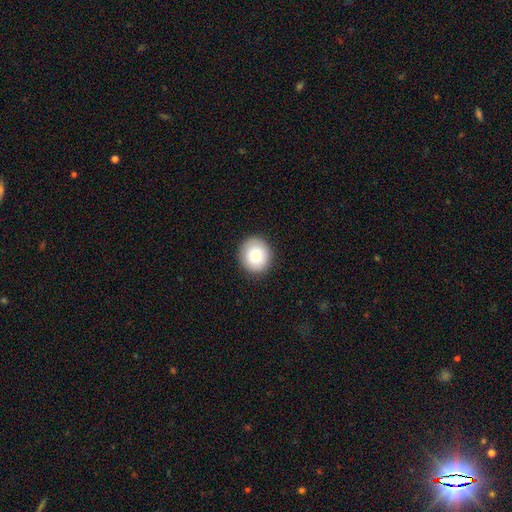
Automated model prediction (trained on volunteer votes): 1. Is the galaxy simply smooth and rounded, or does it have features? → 79% smooth, 12% featured or disk, 8% star or artifact.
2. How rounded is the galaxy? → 86% round, 13% in between, 1% cigar-shaped.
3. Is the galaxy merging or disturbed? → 89% none, 7% minor disturbance, 2% major disturbance, 1% merger.